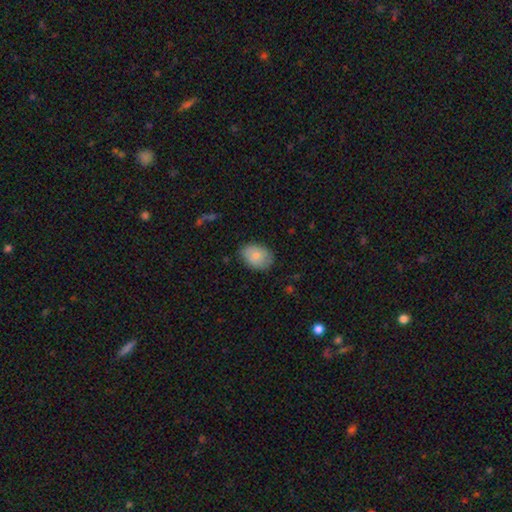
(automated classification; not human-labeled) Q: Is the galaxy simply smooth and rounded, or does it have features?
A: smooth — 82%.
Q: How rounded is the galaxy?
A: in between — 79%.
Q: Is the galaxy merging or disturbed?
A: none — 79%.